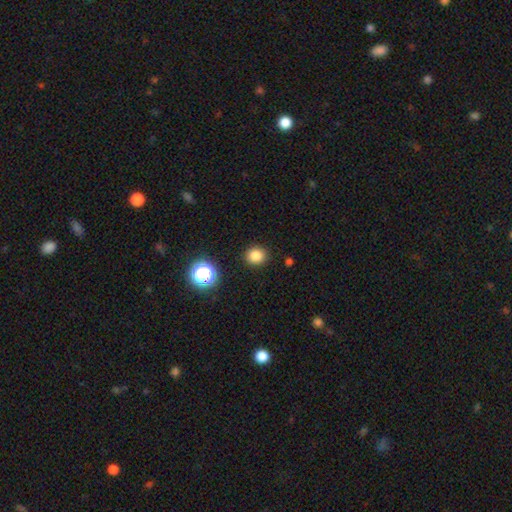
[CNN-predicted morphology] This appears to be a smooth galaxy with no disk features (83%) that is round (81%). Merging: none (90%).